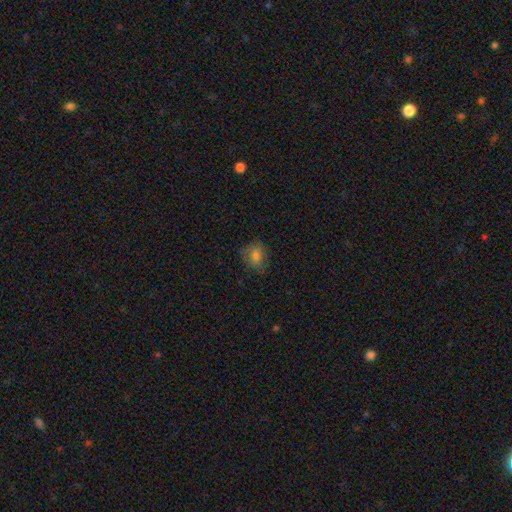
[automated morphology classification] smooth_or_featured: smooth (p=0.70) [alt: featured or disk p=0.17]
how_rounded: round (p=0.56) [alt: in between p=0.43]
merging: none (p=0.72) [alt: minor disturbance p=0.20]